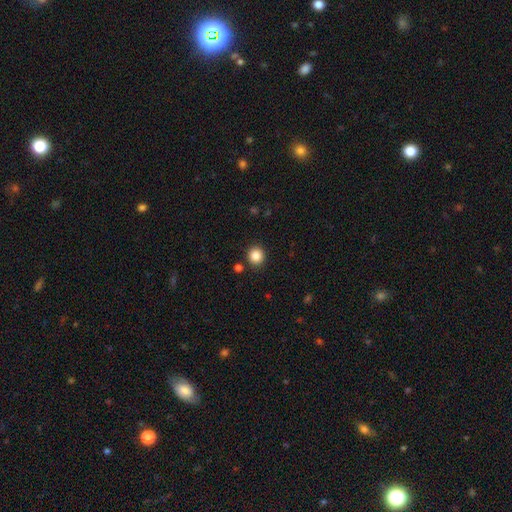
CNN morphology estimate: smooth_or_featured: smooth (p=0.87) [alt: star or artifact p=0.10]
how_rounded: round (p=0.88) [alt: in between p=0.11]
merging: none (p=0.89) [alt: minor disturbance p=0.06]